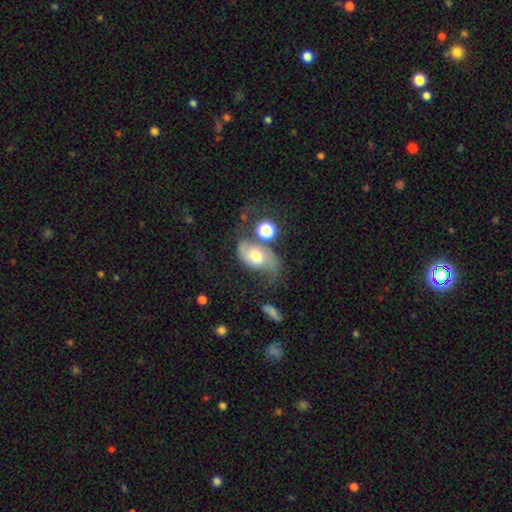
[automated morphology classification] Smooth or featured? Predicted: featured or disk (p=0.52). Edge-on disk? Predicted: no (p=0.94). Merging? Predicted: none (p=0.38).